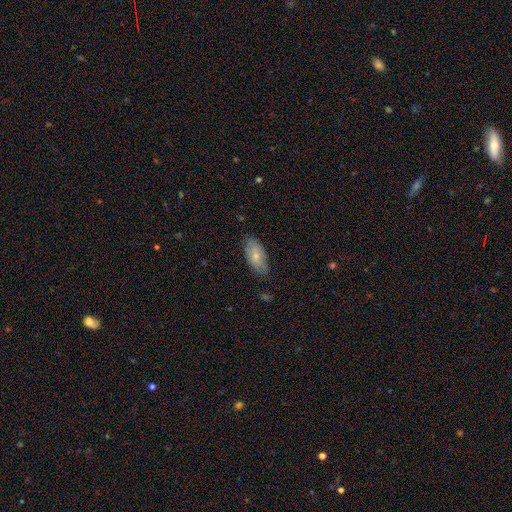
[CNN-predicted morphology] A smooth galaxy with no disk features (71%) that is in between round and cigar-shaped (92%). Merging: none (73%).